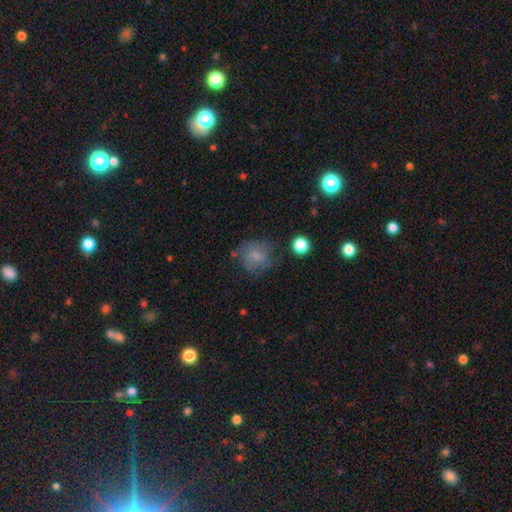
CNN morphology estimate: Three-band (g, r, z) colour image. It shows a smooth galaxy with no disk features (67%) that is round (76%). Merging: none (58%).